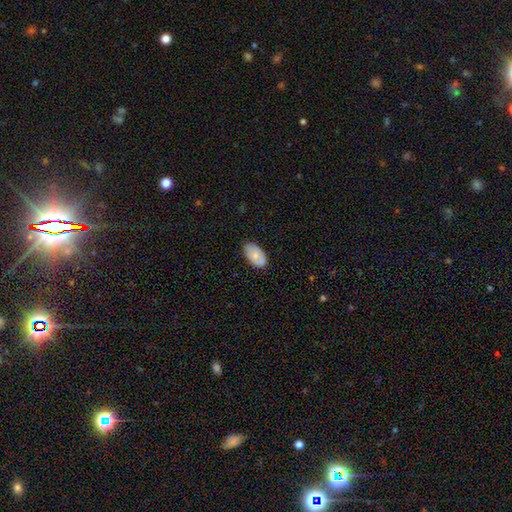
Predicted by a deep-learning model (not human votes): This appears to be a smooth galaxy with no disk features (67%) that is in between round and cigar-shaped (94%). Merging: none (80%).